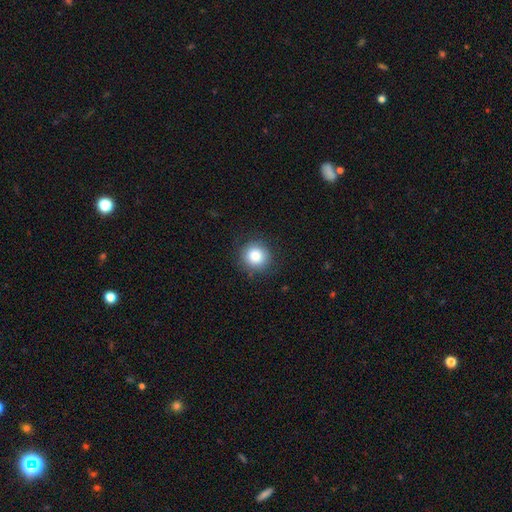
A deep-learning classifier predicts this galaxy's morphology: Overall: smooth (84%). How rounded: round (92%). Merging: none (87%).